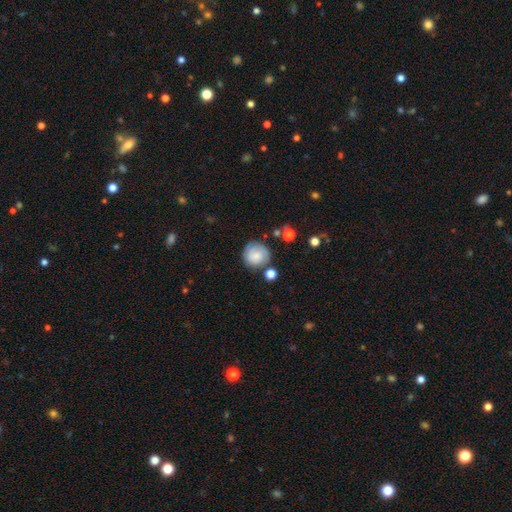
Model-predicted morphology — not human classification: Q: Smooth or featured?
A: smooth (60%); runner-up: featured or disk (32%)
Q: How rounded?
A: round (90%); runner-up: in between (9%)
Q: Merging?
A: none (72%); runner-up: minor disturbance (16%)